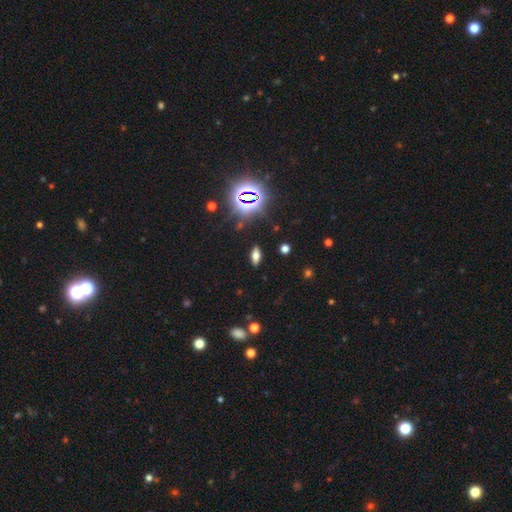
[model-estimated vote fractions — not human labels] Overall: smooth (57%; star or artifact 25%). How rounded: in between (78%). Merging: none (87%).